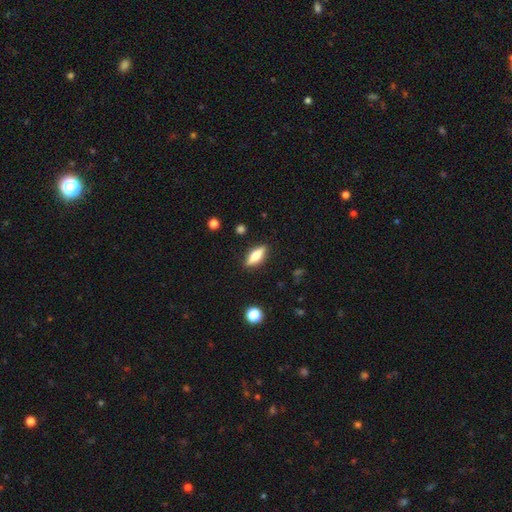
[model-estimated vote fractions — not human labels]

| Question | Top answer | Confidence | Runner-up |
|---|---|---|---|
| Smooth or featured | smooth | 59% | featured or disk (34%) |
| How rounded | in between | 57% | cigar-shaped (40%) |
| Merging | none | 87% | minor disturbance (9%) |